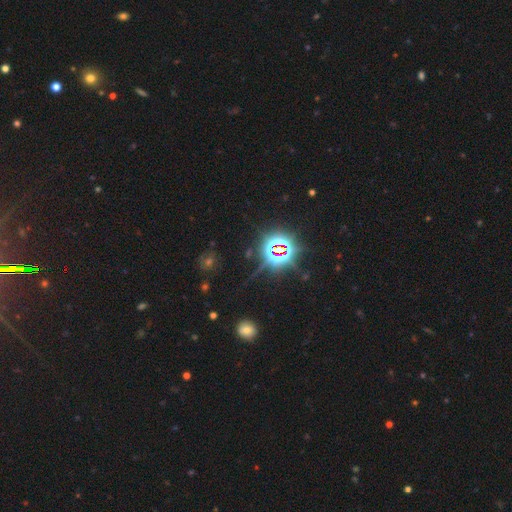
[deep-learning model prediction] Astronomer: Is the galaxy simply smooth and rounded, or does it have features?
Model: star or artifact — 83%.